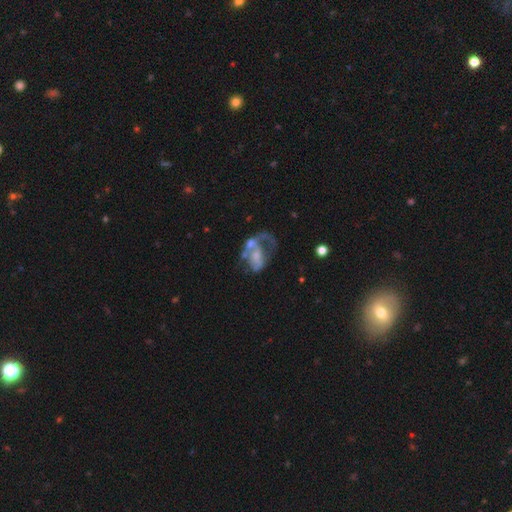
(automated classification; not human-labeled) Overall: featured or disk (65%). Edge-on disk: no (97%). Bar: no (75%). Spiral arms: no (60%; yes 40%). Bulge size: none (32%, tied with small). Merging: major disturbance (41%; merger 24%).